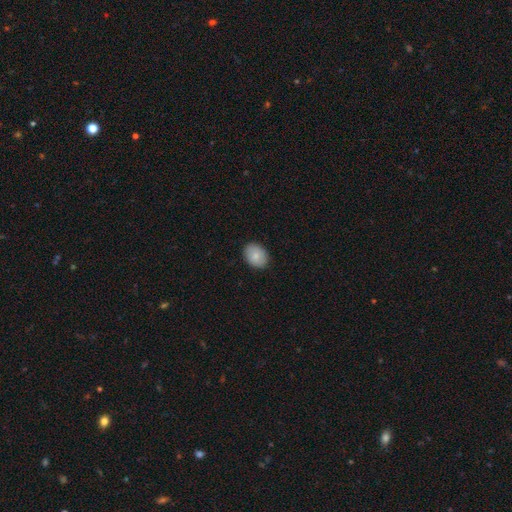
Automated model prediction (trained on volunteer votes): Smooth or featured? smooth (85%)
How rounded? in between (68%)
Merging? none (88%)